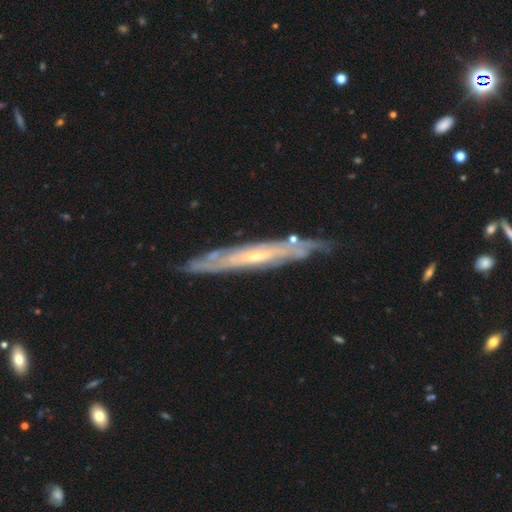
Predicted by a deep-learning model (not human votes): smooth_or_featured: featured or disk (p=0.79) [alt: smooth p=0.15]
disk_edge_on: yes (p=0.60) [alt: no p=0.40]
merging: none (p=0.77) [alt: minor disturbance p=0.17]